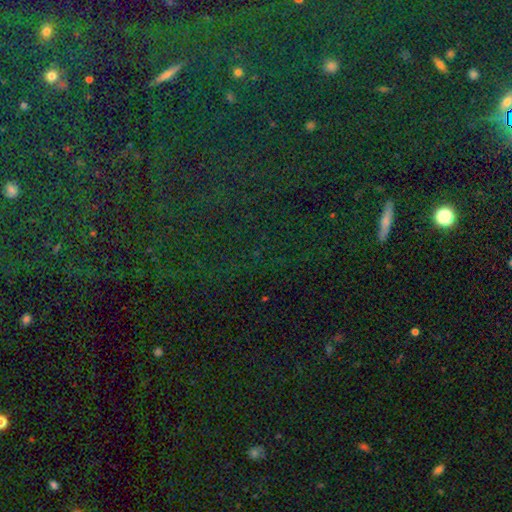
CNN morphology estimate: type=star or artifact (81%).